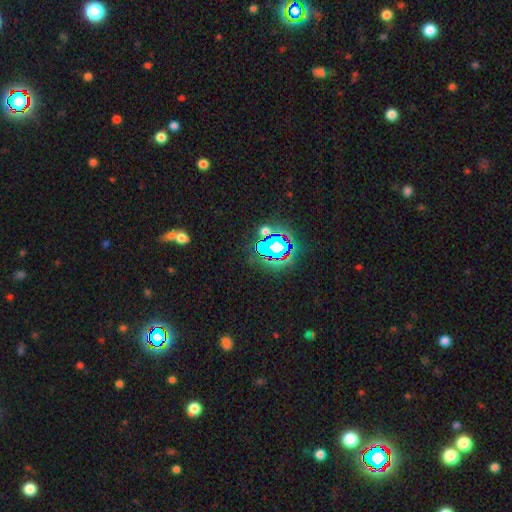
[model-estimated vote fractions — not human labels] A star or artifact, not a galaxy (79%).

Vote fractions:
- Smooth or featured? star or artifact: 79% / smooth: 13% / featured or disk: 8%